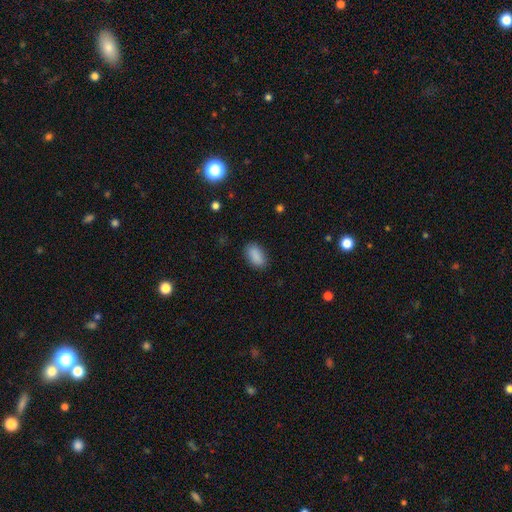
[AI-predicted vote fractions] Morphology: type=smooth (89%); roundness=in between (93%); merging=none (85%).